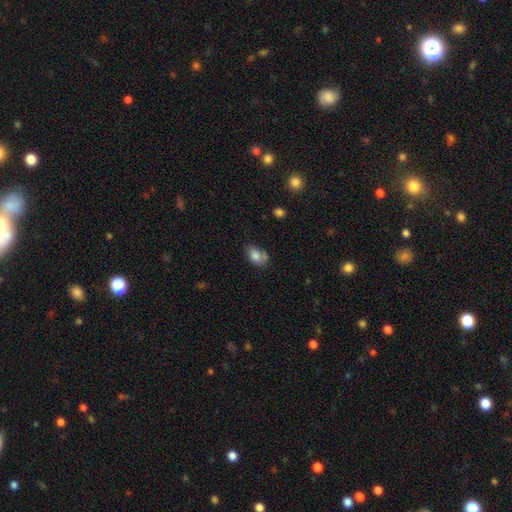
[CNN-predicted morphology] This is likely a smooth galaxy (79%). How rounded: clearly in between (82%). Merging: marginally none (44%).